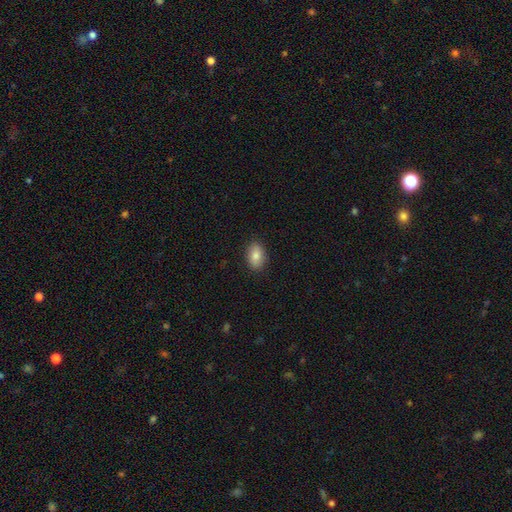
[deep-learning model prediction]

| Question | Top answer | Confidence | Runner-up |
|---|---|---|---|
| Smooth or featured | smooth | 83% | featured or disk (9%) |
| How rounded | in between | 88% | round (10%) |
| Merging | none | 88% | minor disturbance (9%) |